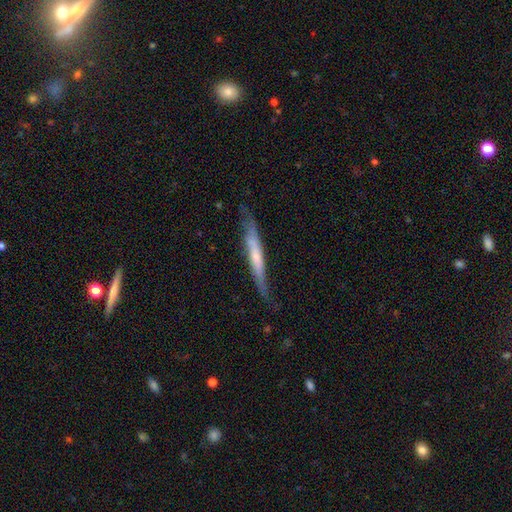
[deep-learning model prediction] Morphology: type=featured or disk (54%); edge-on=yes (83%); merging=none (66%).